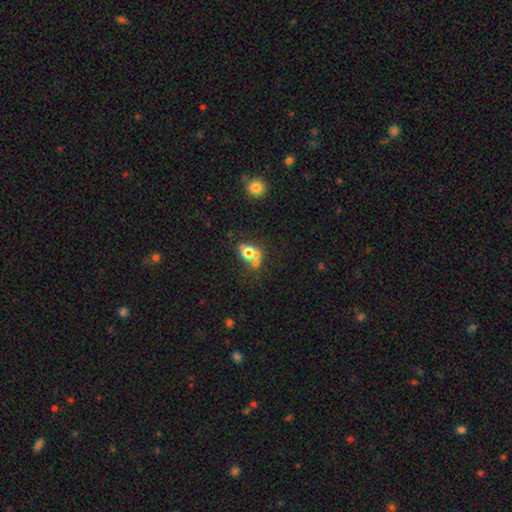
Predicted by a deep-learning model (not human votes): Smooth or featured? smooth (64%)
How rounded? round (59%)
Merging? merger (51%)